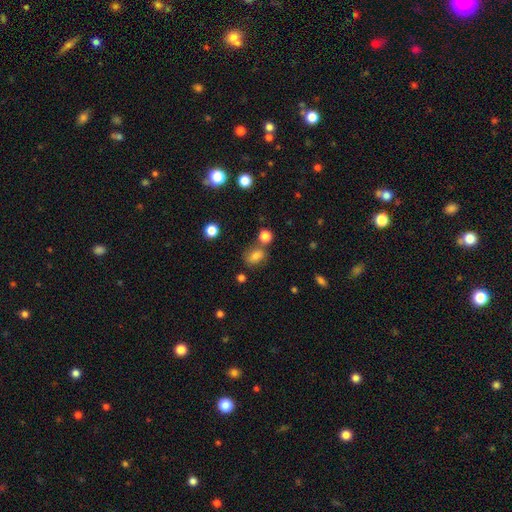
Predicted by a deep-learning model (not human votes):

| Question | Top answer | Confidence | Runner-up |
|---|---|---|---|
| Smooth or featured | smooth | 77% | star or artifact (14%) |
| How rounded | in between | 66% | round (32%) |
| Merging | none | 63% | merger (17%) |